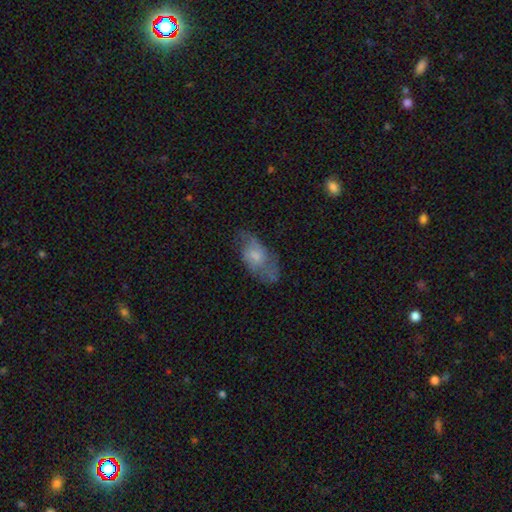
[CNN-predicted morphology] A featured or disk galaxy (47%).

Vote fractions:
- Smooth or featured? featured or disk: 47% / smooth: 46% / star or artifact: 7%
- Merging? none: 58% / minor disturbance: 27% / major disturbance: 14% / merger: 2%